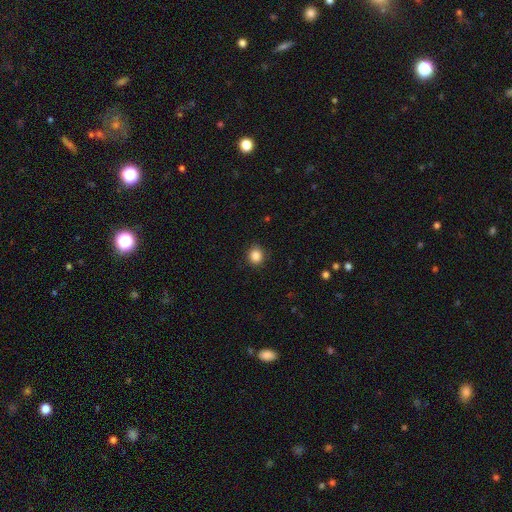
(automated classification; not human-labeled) Overall: smooth (86%). How rounded: round (87%). Merging: none (89%).